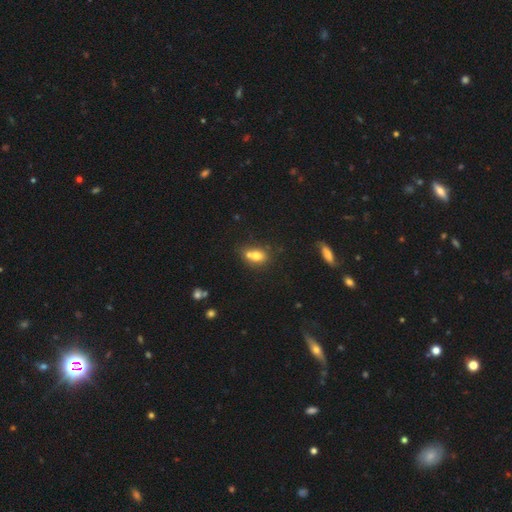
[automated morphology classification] This appears to be a smooth galaxy with no disk features (71%) that is in between round and cigar-shaped (60%). Merging: merger (49%).